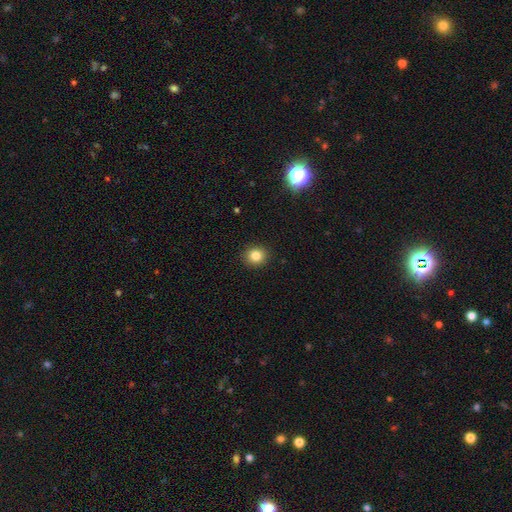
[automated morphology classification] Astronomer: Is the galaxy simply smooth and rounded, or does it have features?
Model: smooth — 83%.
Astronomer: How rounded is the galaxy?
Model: round — 83%.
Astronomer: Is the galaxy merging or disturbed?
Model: none — 91%.